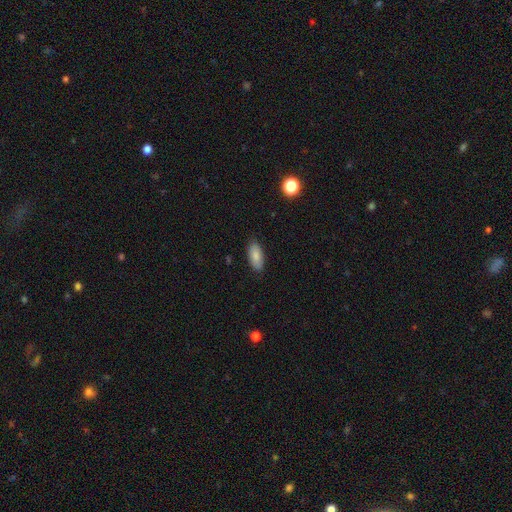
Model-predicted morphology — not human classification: Smooth or featured? smooth (84%)
How rounded? in between (85%)
Merging? none (86%)